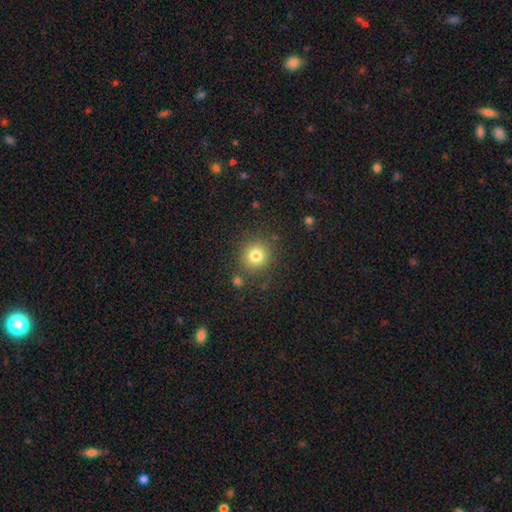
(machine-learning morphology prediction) Overall: smooth (79%). How rounded: round (92%). Merging: none (85%).